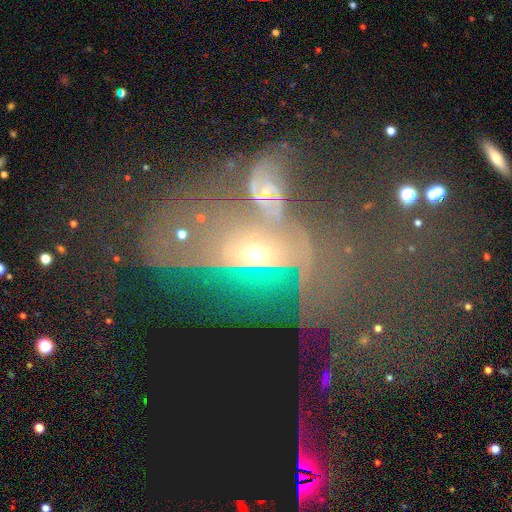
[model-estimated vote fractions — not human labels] Smooth or featured: featured or disk — 58% (smooth — 22%)
Edge-on disk: no — 88% (yes — 12%)
Bar: no — 65% (weak — 21%)
Spiral arms: yes — 55% (no — 45%)
Bulge size: moderate — 48% (small — 37%)
Merging: merger — 56% (major disturbance — 21%)